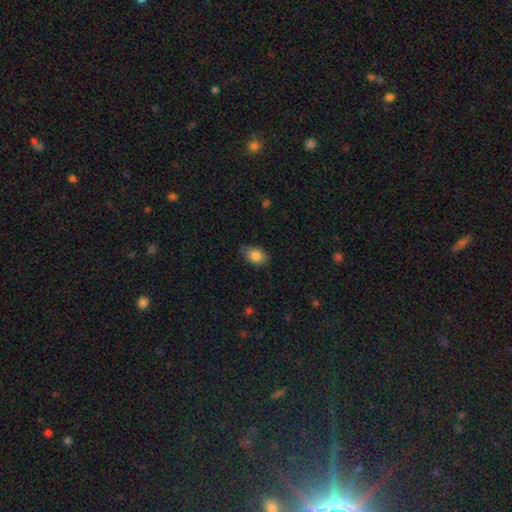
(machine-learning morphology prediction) A smooth galaxy with no disk features (83%) that is in between round and cigar-shaped (80%). Merging: none (65%).